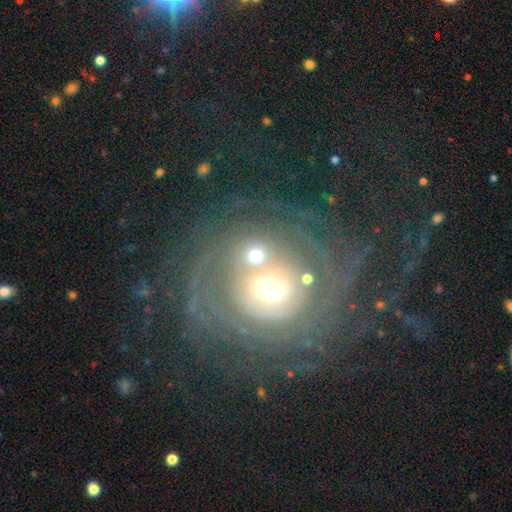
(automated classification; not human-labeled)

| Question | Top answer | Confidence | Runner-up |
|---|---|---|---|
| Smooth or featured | featured or disk | 45% | smooth (38%) |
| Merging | merger | 45% | none (30%) |